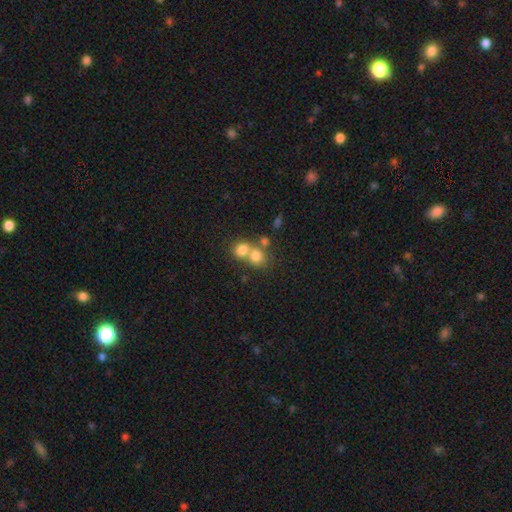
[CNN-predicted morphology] Smooth or featured: smooth — 75% (featured or disk — 13%)
How rounded: round — 74% (in between — 25%)
Merging: merger — 56% (none — 34%)